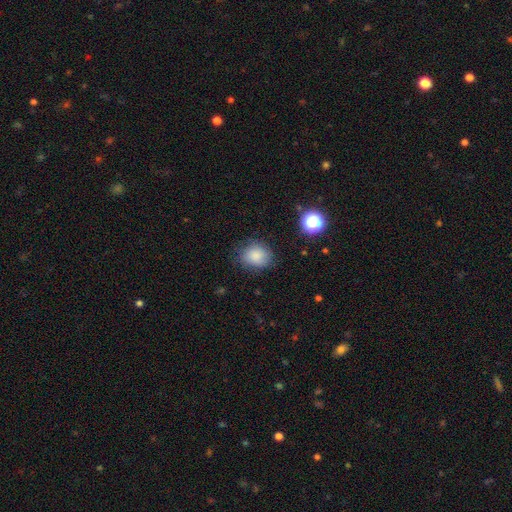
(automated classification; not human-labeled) Overall: smooth (83%). How rounded: round (63%; in between 36%). Merging: none (73%).